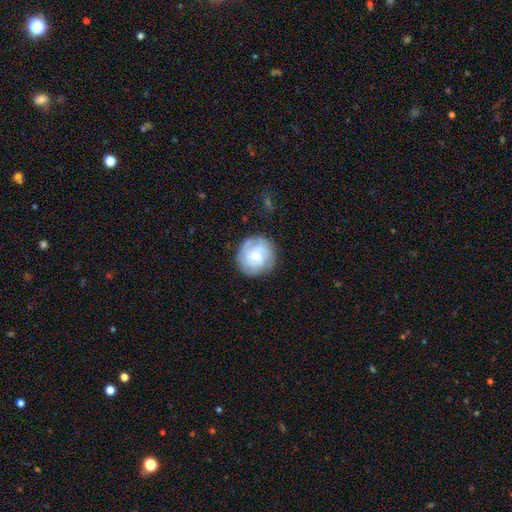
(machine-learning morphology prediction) Smooth or featured? featured or disk (60%)
Edge-on disk? no (98%)
Bar? no (64%)
Spiral arms? yes (85%)
Bulge size? moderate (42%)
Merging? none (80%)